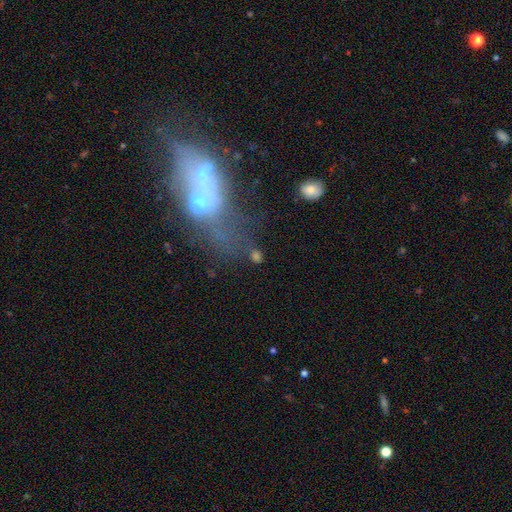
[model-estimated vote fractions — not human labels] This is possibly a smooth galaxy (46%). Merging: marginally none (41%).